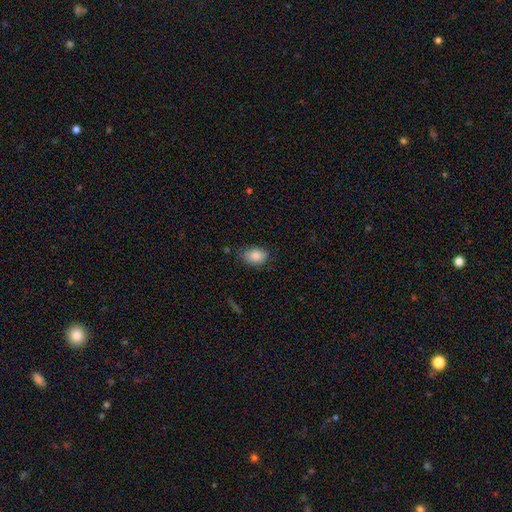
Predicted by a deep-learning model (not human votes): A smooth galaxy with no disk features (87%) that is in between round and cigar-shaped (83%).

Vote fractions:
- Smooth or featured? smooth: 87% / star or artifact: 8% / featured or disk: 5%
- How rounded? in between: 83% / round: 16% / cigar-shaped: 1%
- Merging? none: 73% / minor disturbance: 21% / major disturbance: 4% / merger: 2%